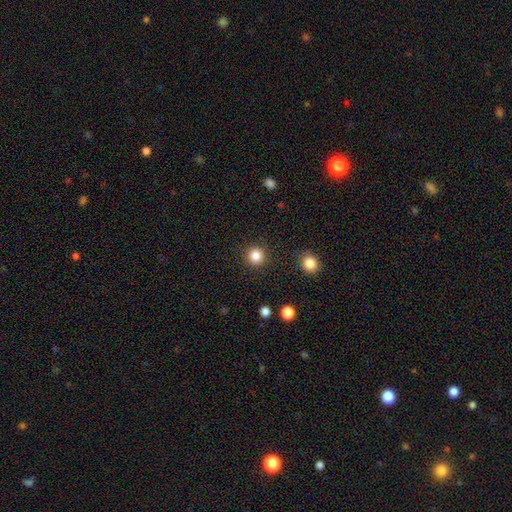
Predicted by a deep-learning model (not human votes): smooth-or-featured: smooth: 85% | star or artifact: 11% | featured or disk: 4%
  how-rounded: round: 93% | in between: 6% | cigar-shaped: 1%
  merging: none: 91% | minor disturbance: 5% | major disturbance: 2% | merger: 1%